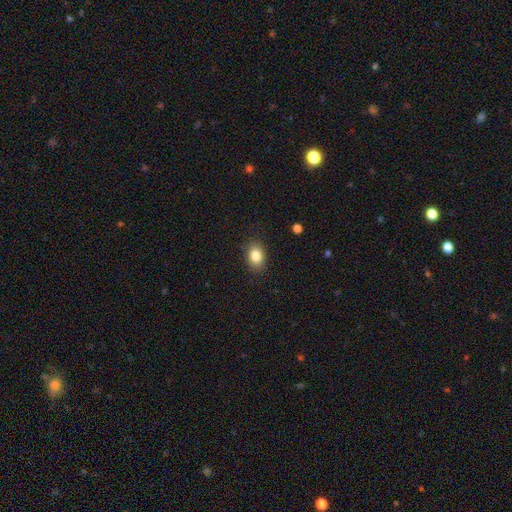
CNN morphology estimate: smooth-or-featured: smooth: 84% | star or artifact: 9% | featured or disk: 7%
  how-rounded: in between: 70% | round: 29% | cigar-shaped: 1%
  merging: none: 87% | minor disturbance: 9% | major disturbance: 3% | merger: 1%